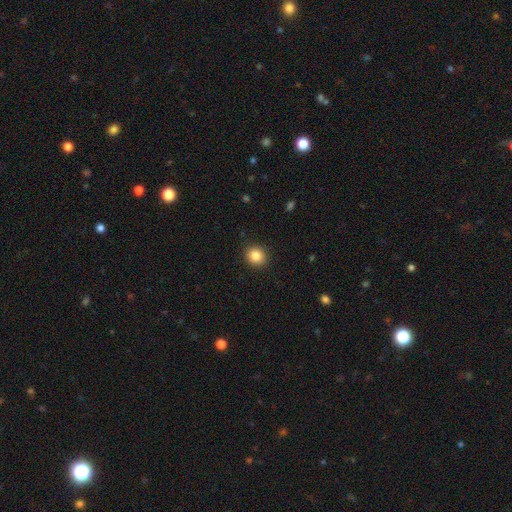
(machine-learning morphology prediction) Q: Smooth or featured?
A: smooth (85%); runner-up: star or artifact (10%)
Q: How rounded?
A: round (77%); runner-up: in between (22%)
Q: Merging?
A: none (91%); runner-up: minor disturbance (6%)